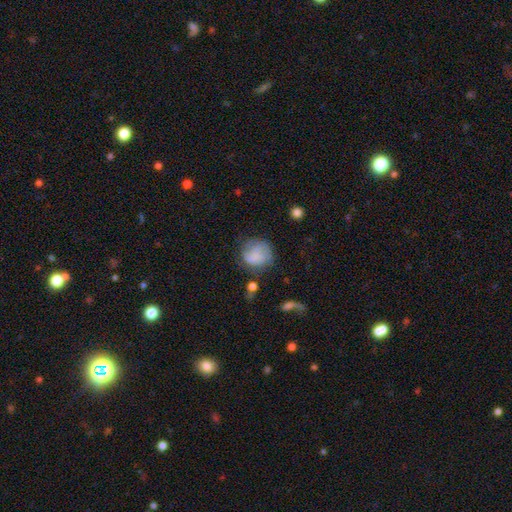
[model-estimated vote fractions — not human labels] A smooth galaxy with no disk features (64%) that is round (82%). Merging: none (55%).